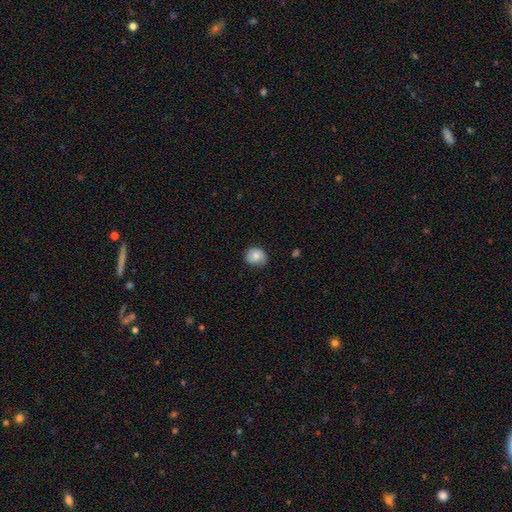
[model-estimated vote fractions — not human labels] Smooth or featured? Predicted: smooth (p=0.78). How rounded? Predicted: round (p=0.71). Merging? Predicted: none (p=0.74).